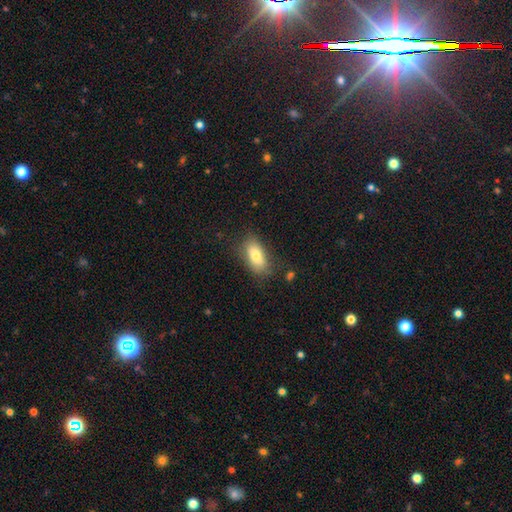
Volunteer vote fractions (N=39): Volunteers were most divided on "merging": none: 71%, major disturbance: 18%, minor disturbance: 12%, merger: 0%. More confident: how rounded — in between (86%); smooth or featured — smooth (74%).